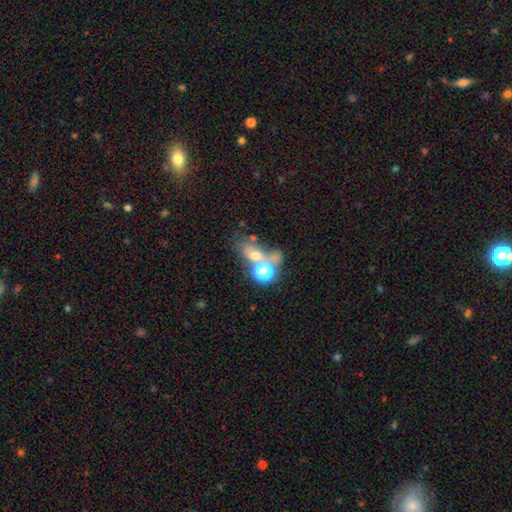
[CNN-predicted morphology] type=smooth (53%); roundness=in between (52%); merging=merger (45%).